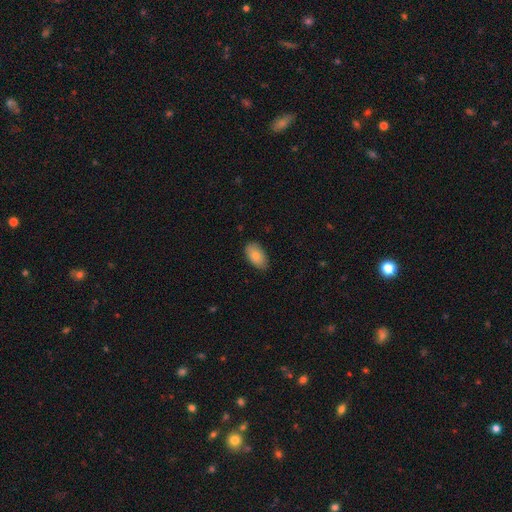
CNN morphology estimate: Smooth or featured?
  - smooth: 81% *
  - featured or disk: 13%
  - star or artifact: 7%
How rounded?
  - in between: 94% *
  - round: 5%
  - cigar-shaped: 2%
Merging?
  - none: 82% *
  - minor disturbance: 14%
  - major disturbance: 2%
  - merger: 1%